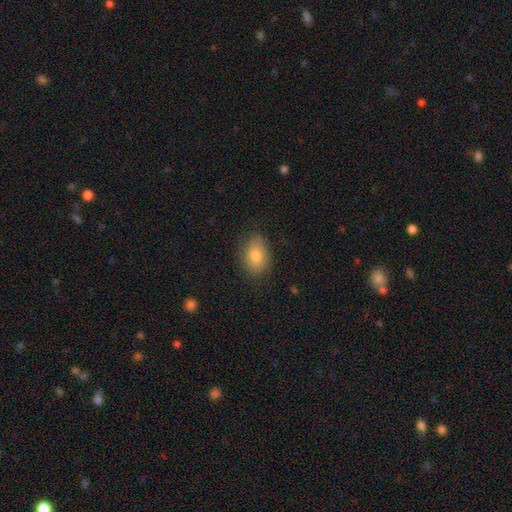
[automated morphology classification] A smooth galaxy with no disk features (78%) that is in between round and cigar-shaped (76%).

Vote fractions:
- Smooth or featured? smooth: 78% / featured or disk: 13% / star or artifact: 9%
- How rounded? in between: 76% / round: 22% / cigar-shaped: 1%
- Merging? none: 82% / minor disturbance: 14% / major disturbance: 3% / merger: 1%